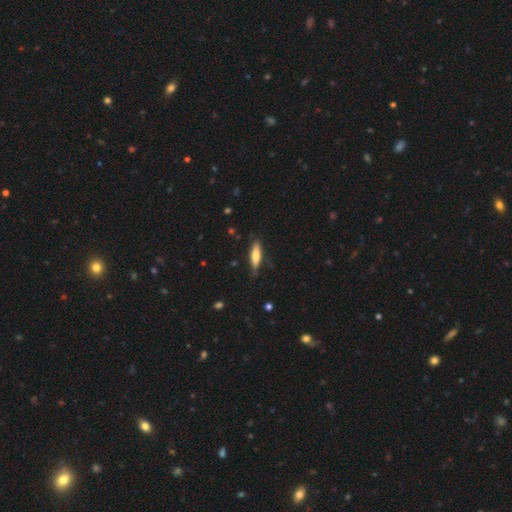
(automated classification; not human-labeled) A smooth galaxy with no disk features (70%) that is cigar-shaped (70%).

Vote fractions:
- Smooth or featured? smooth: 70% / featured or disk: 24% / star or artifact: 6%
- How rounded? cigar-shaped: 70% / in between: 28% / round: 1%
- Merging? none: 78% / minor disturbance: 17% / major disturbance: 3% / merger: 1%